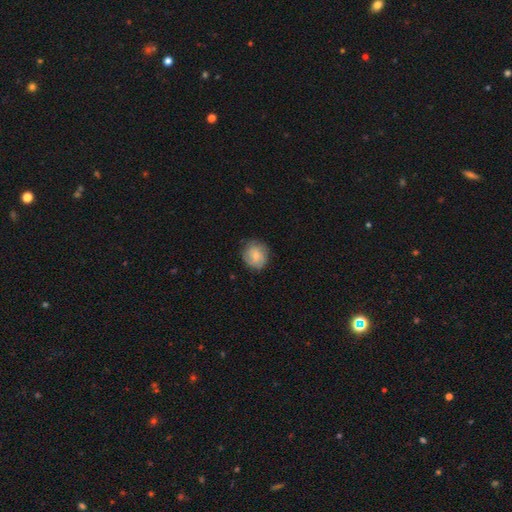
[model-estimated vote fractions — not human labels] A smooth galaxy with no disk features (58%) that is round (84%). Merging: none (77%).